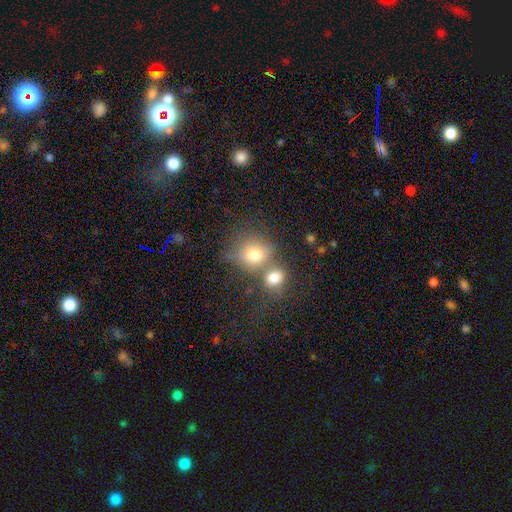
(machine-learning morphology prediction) Overall: smooth (63%). How rounded: round (81%). Merging: merger (42%, tied with none).